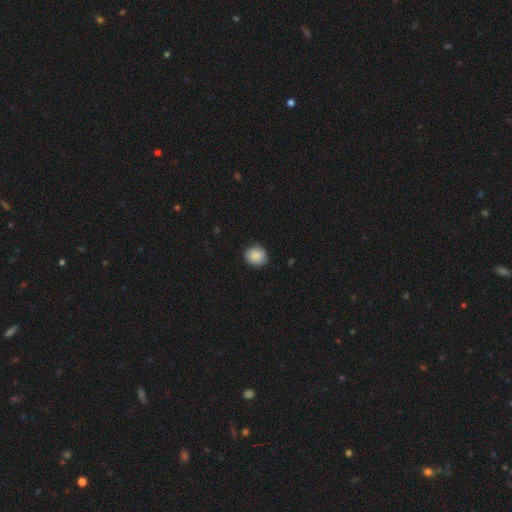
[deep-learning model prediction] A smooth galaxy with no disk features (88%) that is round (70%). Merging: none (84%).